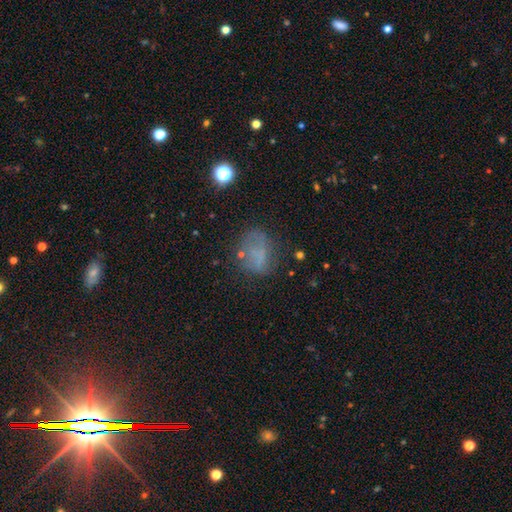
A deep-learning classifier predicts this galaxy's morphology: A smooth galaxy with no disk features (51%) that is in between round and cigar-shaped (63%). Merging: none (57%).